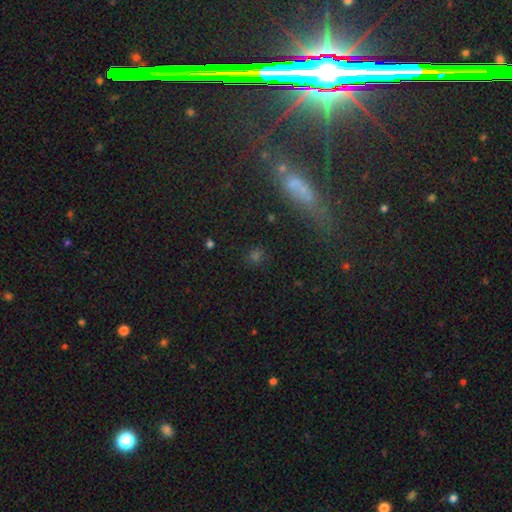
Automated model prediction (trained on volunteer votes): smooth 51%, star or artifact 35%, featured or disk 13%. Down the decision tree: how rounded — round (66%); merging — none (74%).